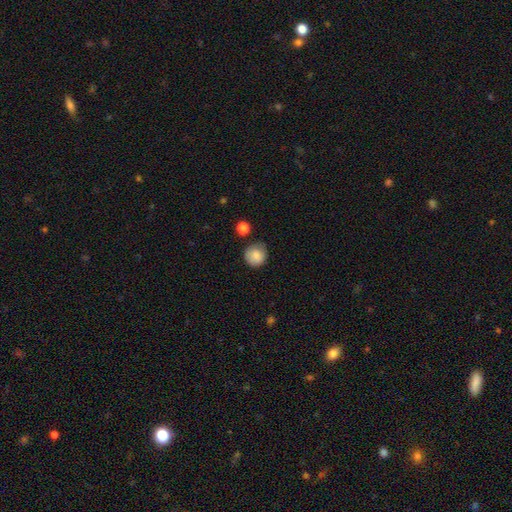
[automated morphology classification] A smooth galaxy with no disk features (83%) that is round (89%). Merging: none (74%).